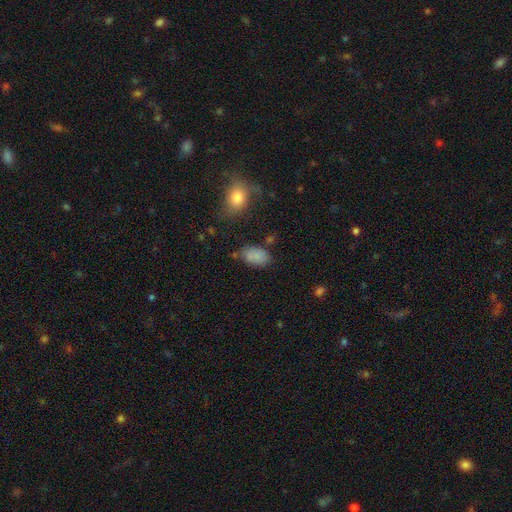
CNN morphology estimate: This is clearly a smooth galaxy (83%). How rounded: clearly in between (92%). Merging: likely none (65%).